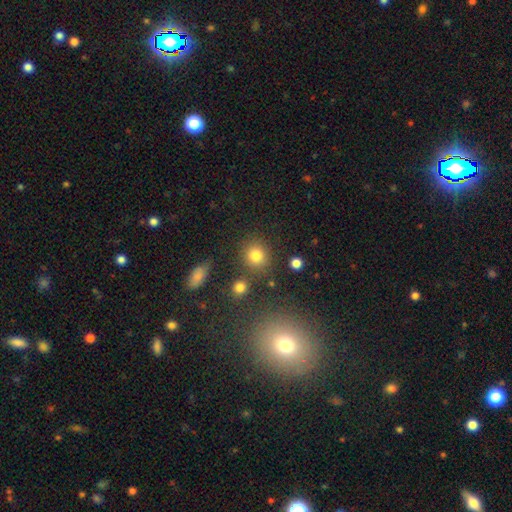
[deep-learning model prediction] The model was most divided on "smooth or featured": smooth: 79%, star or artifact: 14%, featured or disk: 7%. More confident: how rounded — round (82%); merging — none (78%).